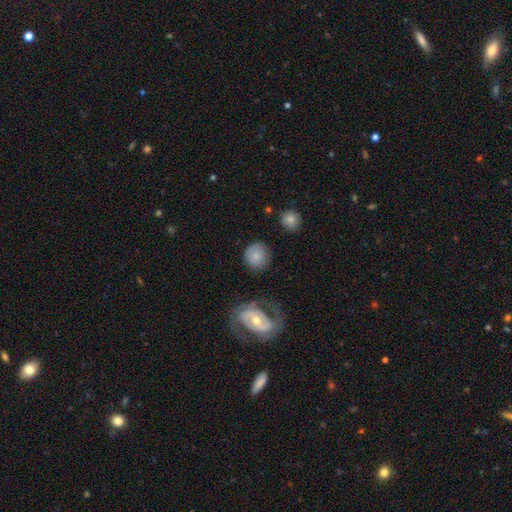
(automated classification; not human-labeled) smooth 77%, featured or disk 15%, star or artifact 8%. Down the decision tree: how rounded — round (87%); merging — none (76%).